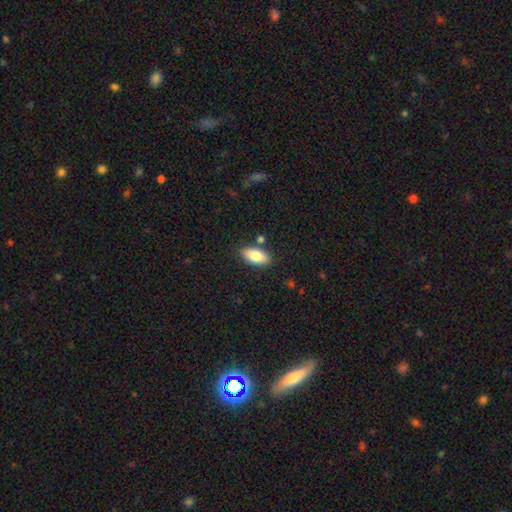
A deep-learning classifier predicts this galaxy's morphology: A smooth galaxy with no disk features (83%) that is in between round and cigar-shaped (90%).

Vote fractions:
- Smooth or featured? smooth: 83% / featured or disk: 11% / star or artifact: 7%
- How rounded? in between: 90% / cigar-shaped: 7% / round: 3%
- Merging? none: 83% / minor disturbance: 10% / merger: 4% / major disturbance: 2%